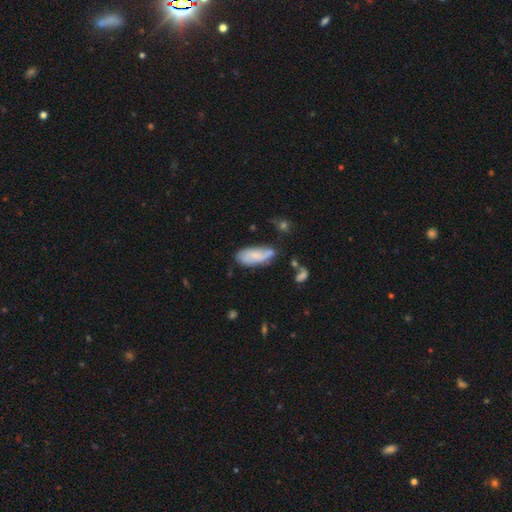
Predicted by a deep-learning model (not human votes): A smooth galaxy with no disk features (66%) that is in between round and cigar-shaped (81%). Merging: none (52%).